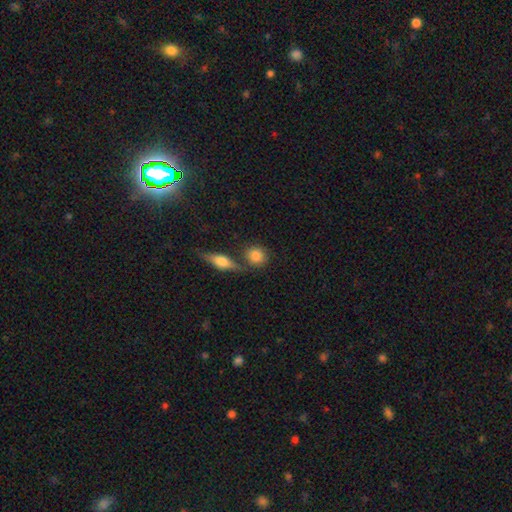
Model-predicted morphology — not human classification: smooth-or-featured: smooth: 81% | featured or disk: 11% | star or artifact: 8%
  how-rounded: round: 82% | in between: 15% | cigar-shaped: 3%
  merging: none: 64% | merger: 20% | minor disturbance: 12% | major disturbance: 4%